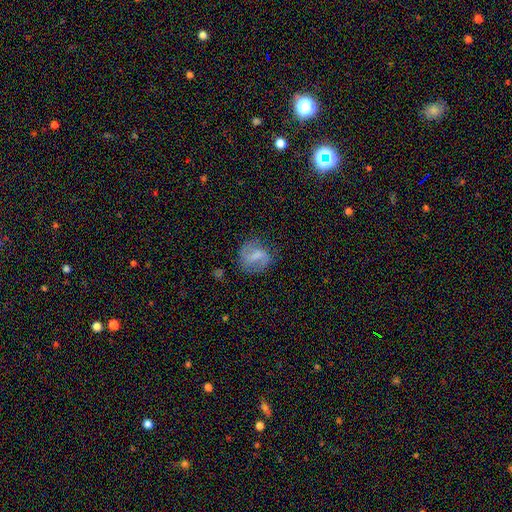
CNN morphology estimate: This appears to be a featured or disk galaxy (58%) with a weak bar (47%), spiral arms (81%) and no central bulge (39%). Merging: none (68%).